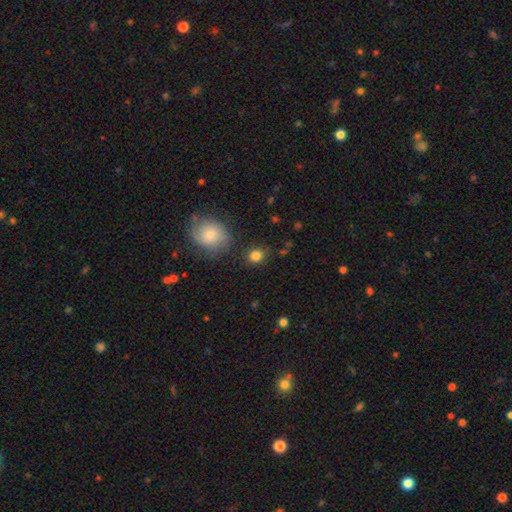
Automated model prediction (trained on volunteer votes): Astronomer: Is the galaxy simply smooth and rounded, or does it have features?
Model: smooth — 85%.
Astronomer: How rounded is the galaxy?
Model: round — 72%.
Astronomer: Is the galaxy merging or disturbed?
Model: none — 81%.